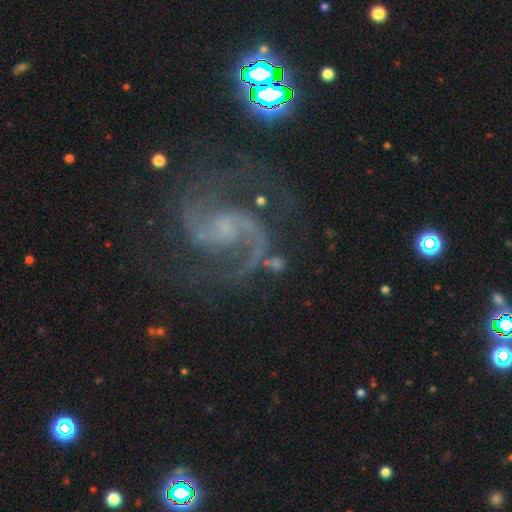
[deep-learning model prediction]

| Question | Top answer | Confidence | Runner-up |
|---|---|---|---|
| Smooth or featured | featured or disk | 90% | star or artifact (7%) |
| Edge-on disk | no | 98% | yes (2%) |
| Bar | weak | 45% | no (44%) |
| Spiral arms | yes | 98% | no (2%) |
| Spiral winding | medium | 63% | loose (25%) |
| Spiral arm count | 2 | 91% | 3 (3%) |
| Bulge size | small | 52% | none (31%) |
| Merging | none | 71% | minor disturbance (16%) |